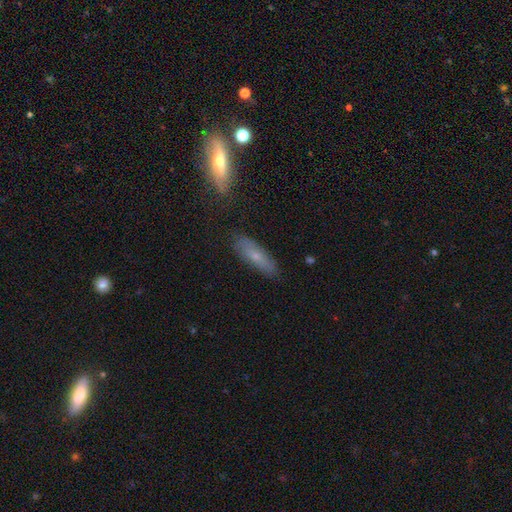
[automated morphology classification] type=smooth (61%); roundness=cigar-shaped (53%); merging=none (79%).